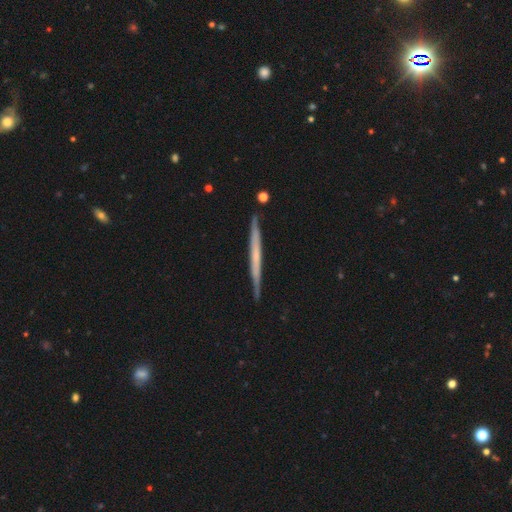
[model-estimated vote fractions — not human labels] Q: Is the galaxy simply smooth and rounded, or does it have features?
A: featured or disk — 57%.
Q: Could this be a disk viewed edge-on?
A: yes — 96%.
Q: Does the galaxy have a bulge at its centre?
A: none — 84%.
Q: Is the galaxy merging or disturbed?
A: none — 88%.